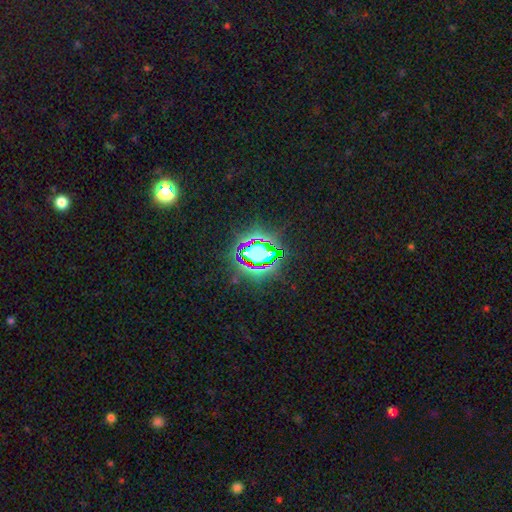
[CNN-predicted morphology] Smooth or featured? star or artifact (77%)